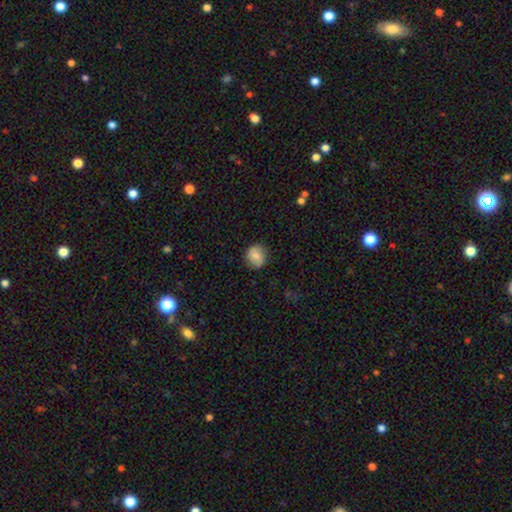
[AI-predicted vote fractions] smooth-or-featured: smooth: 74% | featured or disk: 18% | star or artifact: 8%
  how-rounded: round: 79% | in between: 20% | cigar-shaped: 1%
  merging: none: 84% | minor disturbance: 12% | major disturbance: 3% | merger: 1%